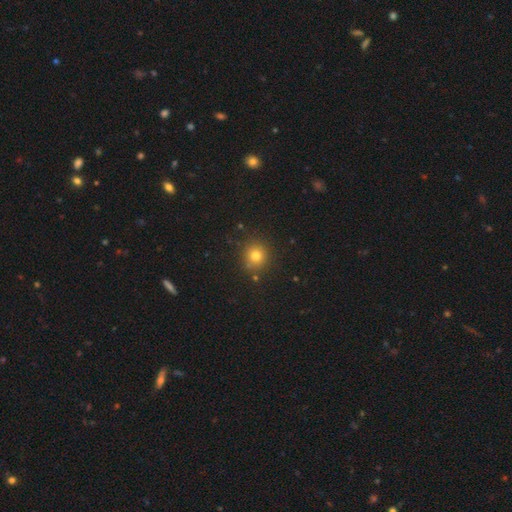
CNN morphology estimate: This is likely a smooth galaxy (76%). How rounded: clearly round (90%). Merging: clearly none (85%).